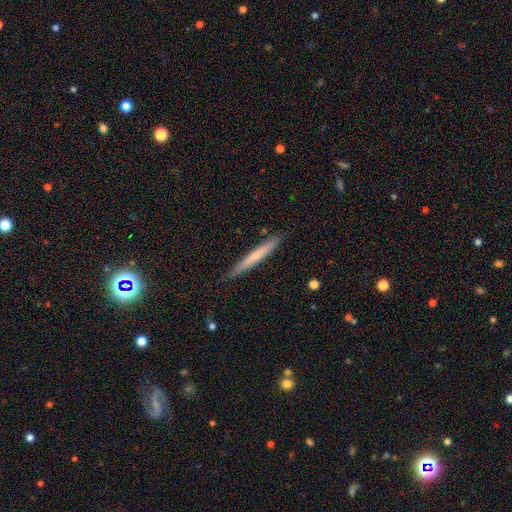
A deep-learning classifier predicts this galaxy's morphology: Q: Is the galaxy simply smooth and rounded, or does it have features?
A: smooth — 61%.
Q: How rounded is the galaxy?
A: cigar-shaped — 96%.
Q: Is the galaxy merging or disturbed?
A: none — 88%.